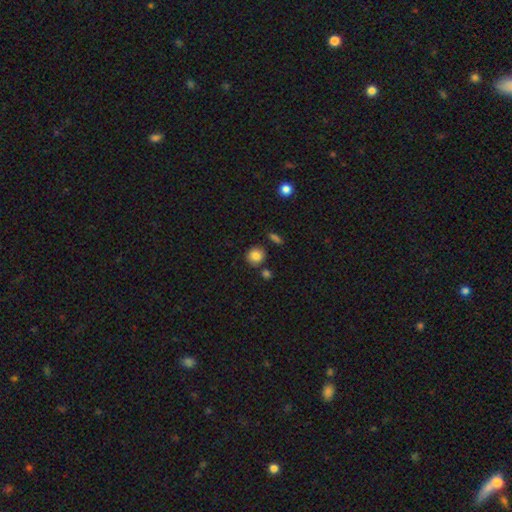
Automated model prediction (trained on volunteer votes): A smooth galaxy with no disk features (83%) that is round (85%).

Vote fractions:
- Smooth or featured? smooth: 83% / star or artifact: 10% / featured or disk: 7%
- How rounded? round: 85% / in between: 13% / cigar-shaped: 1%
- Merging? none: 79% / minor disturbance: 11% / merger: 8% / major disturbance: 3%